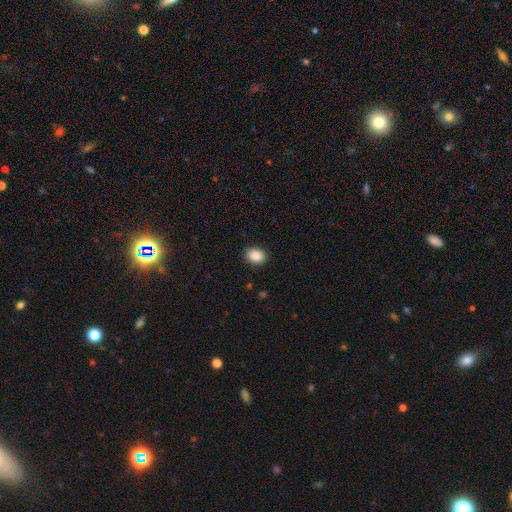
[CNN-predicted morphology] smooth_or_featured: smooth (p=0.89) [alt: star or artifact p=0.08]
how_rounded: in between (p=0.65) [alt: round p=0.34]
merging: none (p=0.90) [alt: minor disturbance p=0.07]